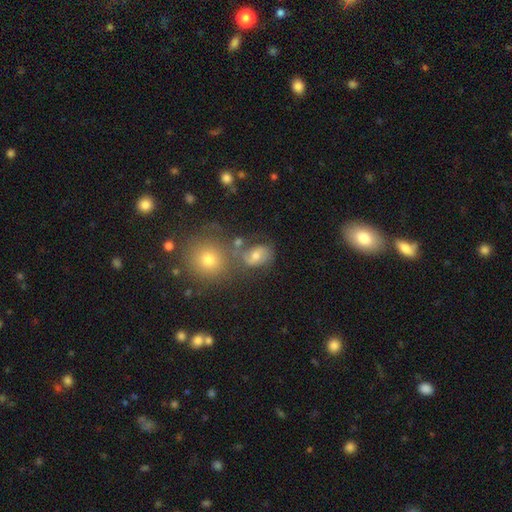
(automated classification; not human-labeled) This appears to be a smooth galaxy with no disk features (51%) that is in between round and cigar-shaped (59%). Merging: none (47%).